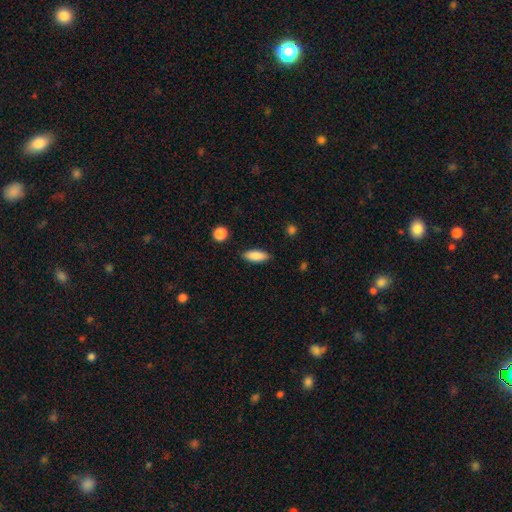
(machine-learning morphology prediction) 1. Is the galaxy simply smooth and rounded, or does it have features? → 87% smooth, 7% star or artifact, 6% featured or disk.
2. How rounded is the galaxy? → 72% in between, 25% cigar-shaped, 2% round.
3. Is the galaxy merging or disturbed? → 87% none, 9% minor disturbance, 2% major disturbance, 1% merger.